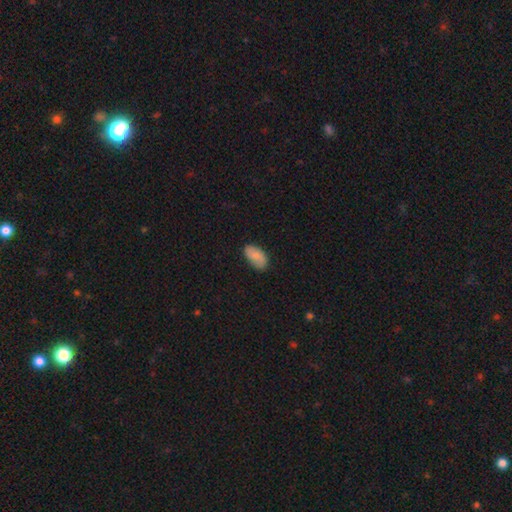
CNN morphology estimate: smooth-or-featured: smooth: 81% | featured or disk: 11% | star or artifact: 7%
  how-rounded: in between: 94% | round: 4% | cigar-shaped: 2%
  merging: none: 77% | minor disturbance: 18% | major disturbance: 3% | merger: 1%